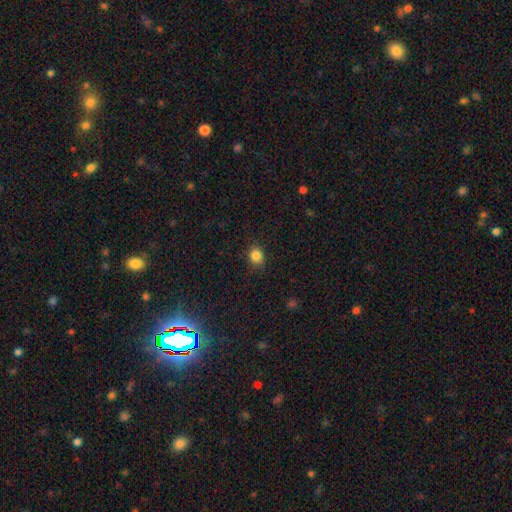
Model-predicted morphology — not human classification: A smooth galaxy with no disk features (84%) that is round (71%). Merging: none (87%).